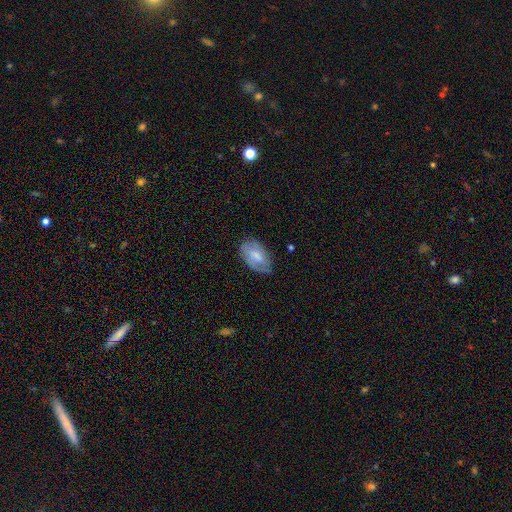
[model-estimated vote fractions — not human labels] Morphology: type=smooth (58%); roundness=in between (93%); merging=none (67%).